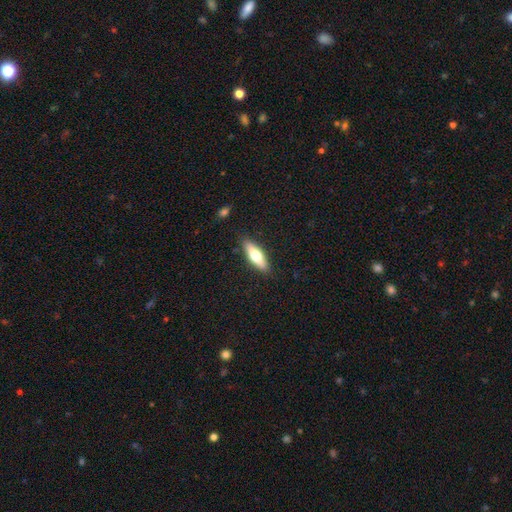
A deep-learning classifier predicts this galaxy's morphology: smooth 62%, featured or disk 33%, star or artifact 6%. Down the decision tree: how rounded — in between (49%, tied with cigar-shaped); merging — none (88%).